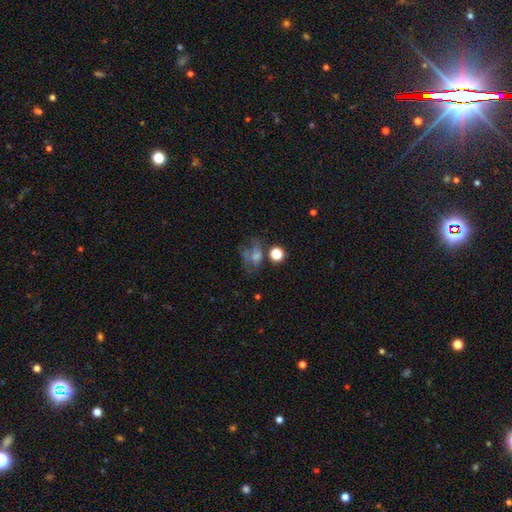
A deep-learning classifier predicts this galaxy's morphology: A smooth galaxy with no disk features (39%). Merging: none (43%).